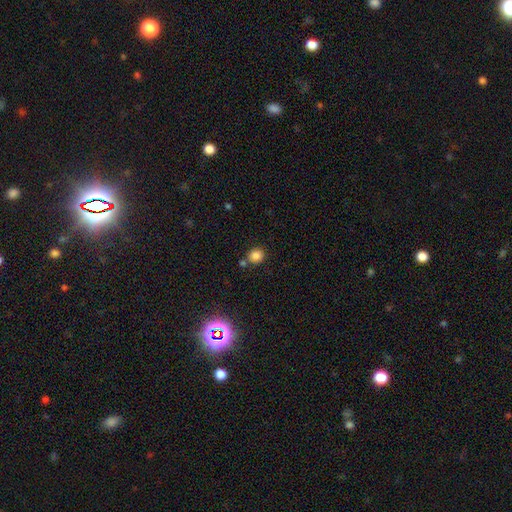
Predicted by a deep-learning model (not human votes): This appears to be a smooth galaxy with no disk features (83%) that is round (80%). Merging: none (74%).